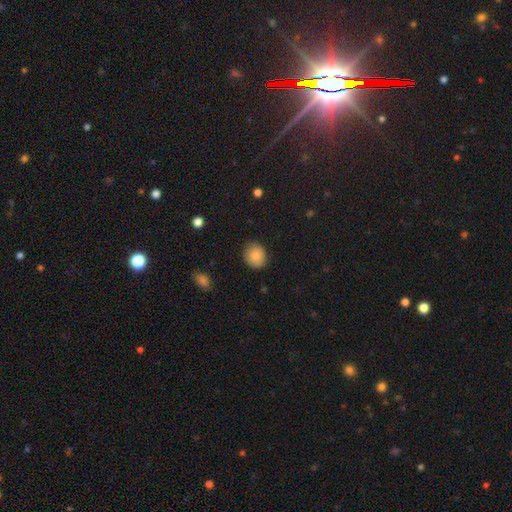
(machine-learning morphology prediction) Q: Smooth or featured?
A: smooth (82%); runner-up: featured or disk (10%)
Q: How rounded?
A: round (72%); runner-up: in between (27%)
Q: Merging?
A: none (85%); runner-up: minor disturbance (12%)